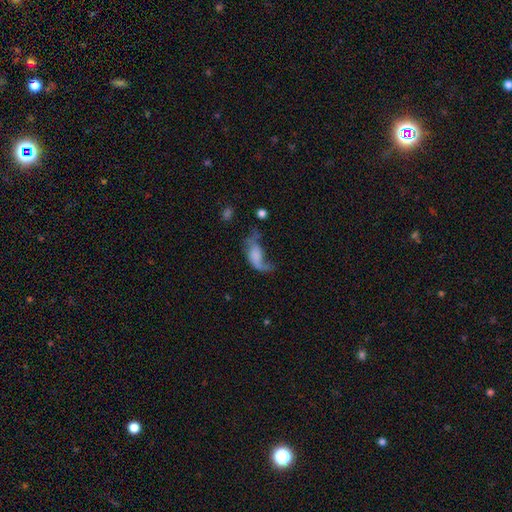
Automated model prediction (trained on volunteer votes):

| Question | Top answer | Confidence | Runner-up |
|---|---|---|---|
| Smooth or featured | featured or disk | 47% | smooth (42%) |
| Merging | major disturbance | 52% | none (21%) |